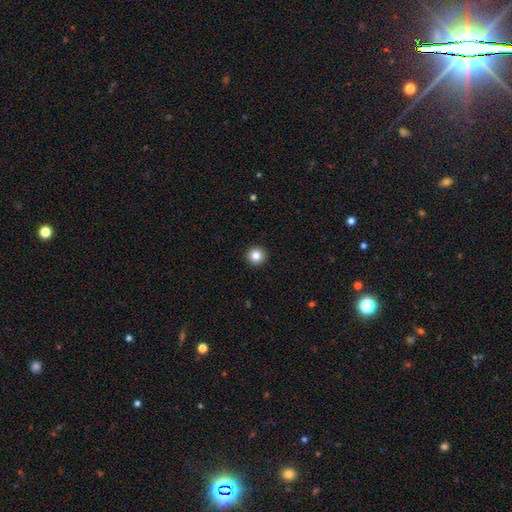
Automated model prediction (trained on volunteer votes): Smooth or featured? Predicted: smooth (p=0.84). How rounded? Predicted: round (p=0.95). Merging? Predicted: none (p=0.94).